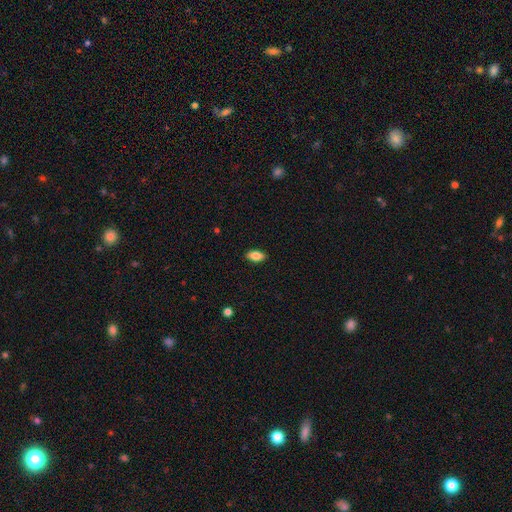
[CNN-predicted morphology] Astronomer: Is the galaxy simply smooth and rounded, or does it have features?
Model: smooth — 84%.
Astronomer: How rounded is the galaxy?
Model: in between — 90%.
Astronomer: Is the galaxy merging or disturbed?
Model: none — 89%.